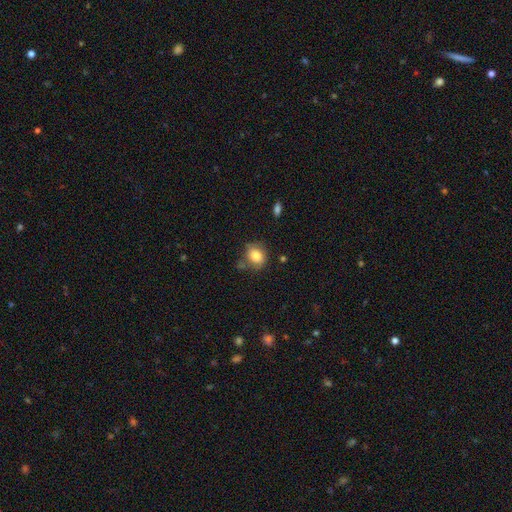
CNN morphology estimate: Q: Smooth or featured?
A: smooth (82%); runner-up: featured or disk (10%)
Q: How rounded?
A: round (62%); runner-up: in between (37%)
Q: Merging?
A: none (63%); runner-up: minor disturbance (22%)